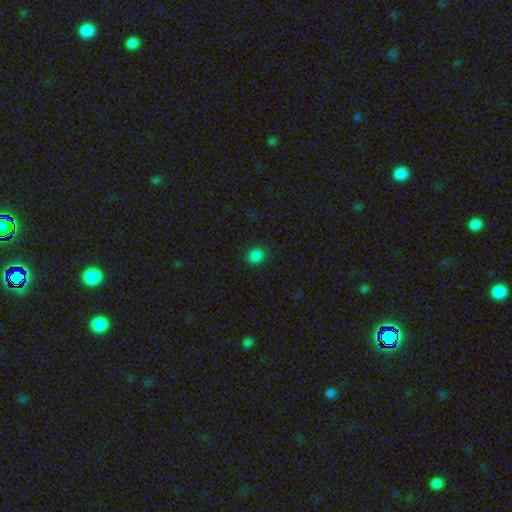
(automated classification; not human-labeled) This appears to be a smooth galaxy with no disk features (84%) that is round (70%). Merging: none (89%).